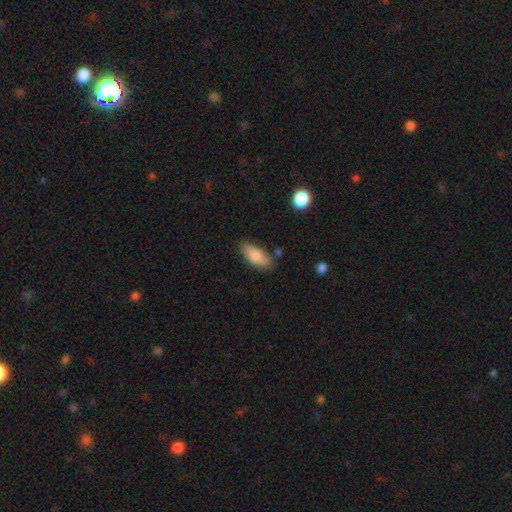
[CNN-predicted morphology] Smooth or featured?
  - smooth: 82% *
  - featured or disk: 12%
  - star or artifact: 6%
How rounded?
  - in between: 83% *
  - cigar-shaped: 15%
  - round: 2%
Merging?
  - none: 77% *
  - minor disturbance: 17%
  - merger: 3%
  - major disturbance: 3%